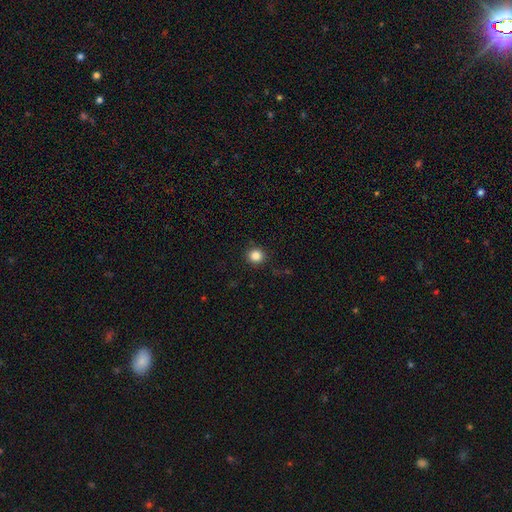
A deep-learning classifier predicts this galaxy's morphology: type=smooth (84%); roundness=round (93%); merging=none (90%).